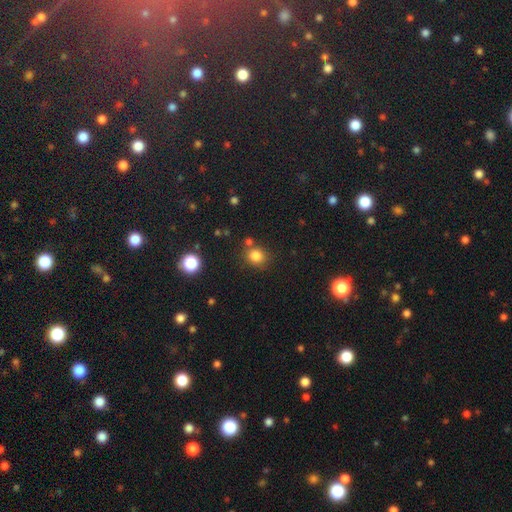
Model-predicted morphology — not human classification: smooth 82%, star or artifact 13%, featured or disk 5%. Down the decision tree: how rounded — round (81%); merging — none (75%).